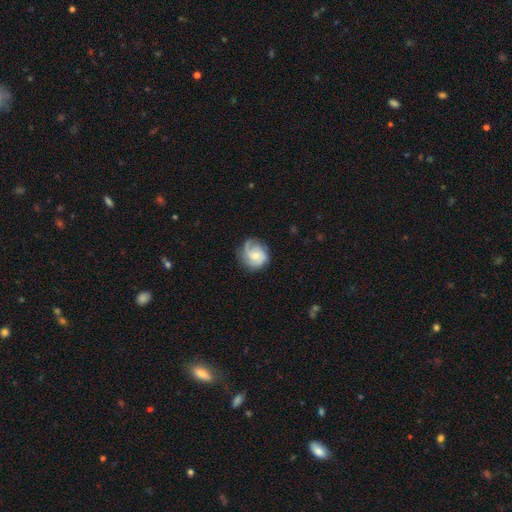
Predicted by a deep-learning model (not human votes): Overall: featured or disk (68%). Edge-on disk: no (98%). Bar: no (67%; weak 29%). Spiral arms: yes (93%). Spiral arm count: 3 (32%; 2 29%). Spiral winding: medium (42%; tight 38%). Bulge size: small (50%; moderate 39%). Merging: none (67%).